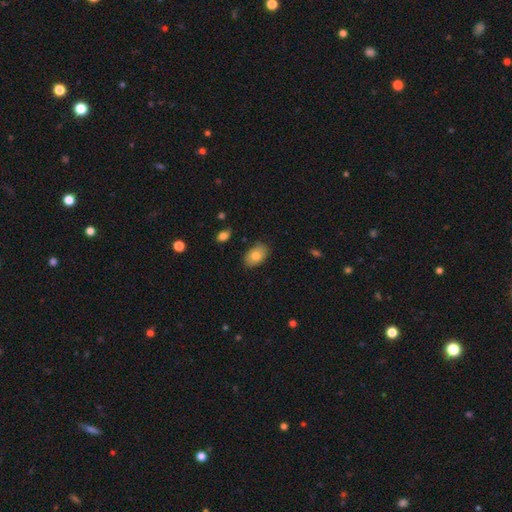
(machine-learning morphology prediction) smooth 79%, featured or disk 13%, star or artifact 8%. Down the decision tree: how rounded — in between (88%); merging — none (83%).